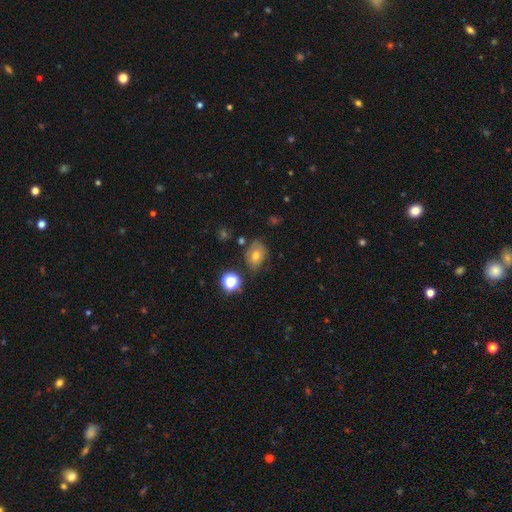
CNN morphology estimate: This appears to be a smooth galaxy with no disk features (61%) that is in between round and cigar-shaped (52%). Merging: none (67%).